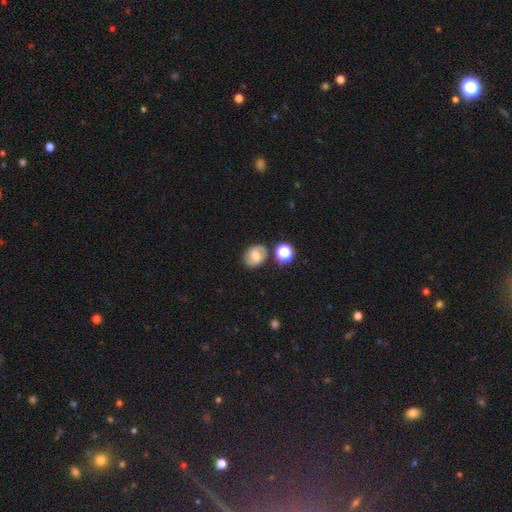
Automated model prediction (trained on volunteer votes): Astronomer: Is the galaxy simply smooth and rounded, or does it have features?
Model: smooth — 57%.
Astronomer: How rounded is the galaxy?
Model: round — 50% (runner-up: in between, 49%).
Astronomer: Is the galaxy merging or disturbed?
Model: none — 75%.